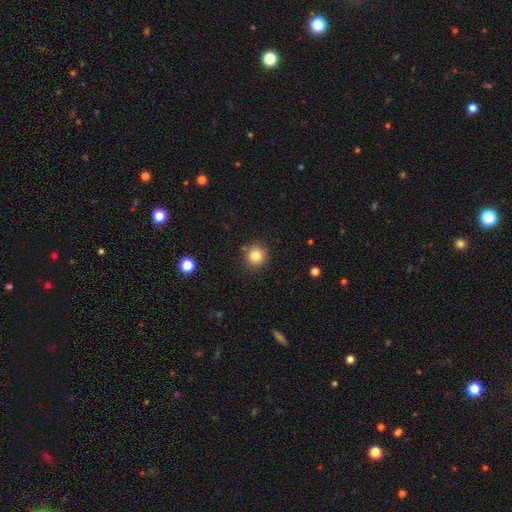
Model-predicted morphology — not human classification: Smooth or featured? Predicted: smooth (p=0.82). How rounded? Predicted: round (p=0.94). Merging? Predicted: none (p=0.88).